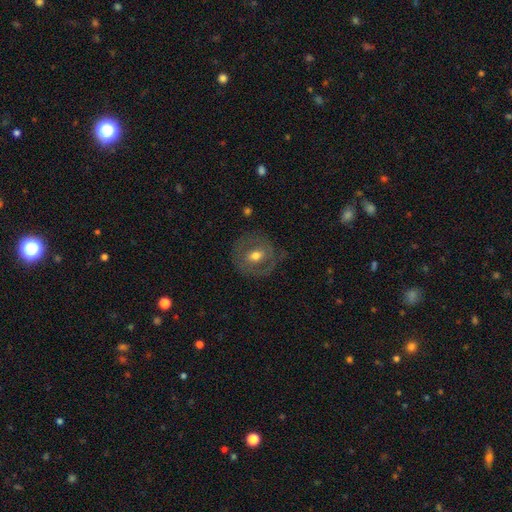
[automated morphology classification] The model was most divided on "smooth or featured": featured or disk: 49%, smooth: 43%, star or artifact: 7%. More confident: merging — none (75%).